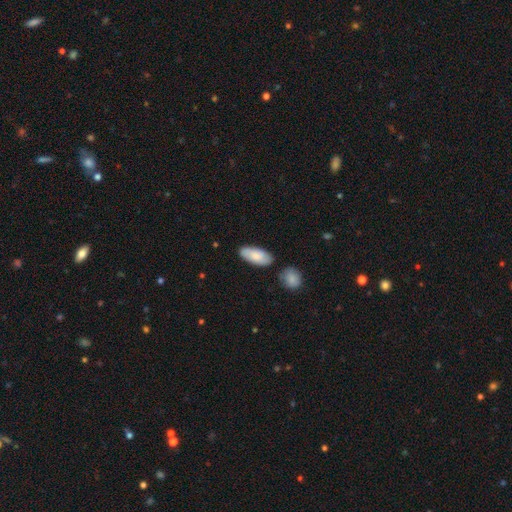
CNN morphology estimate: Smooth or featured?
  - smooth: 83% *
  - featured or disk: 11%
  - star or artifact: 6%
How rounded?
  - in between: 88% *
  - cigar-shaped: 10%
  - round: 2%
Merging?
  - none: 77% *
  - minor disturbance: 14%
  - merger: 6%
  - major disturbance: 3%